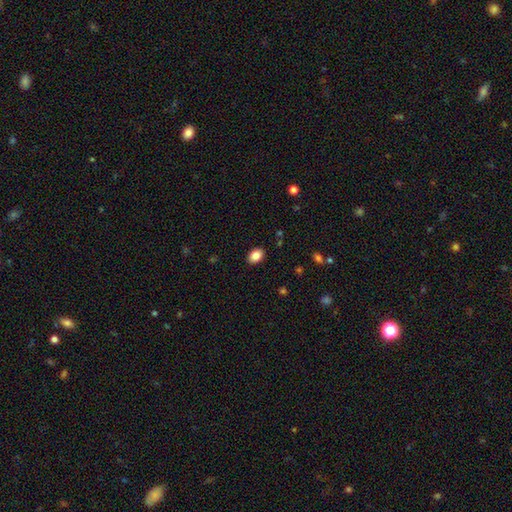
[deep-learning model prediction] smooth_or_featured: smooth (p=0.86) [alt: star or artifact p=0.09]
how_rounded: in between (p=0.80) [alt: round p=0.19]
merging: none (p=0.89) [alt: minor disturbance p=0.08]